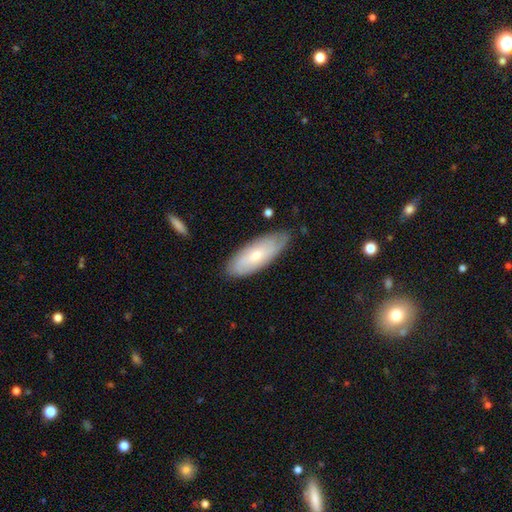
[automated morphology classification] The model was most divided on "smooth or featured": smooth: 53%, featured or disk: 41%, star or artifact: 6%. More confident: merging — none (75%); how rounded — in between (73%).